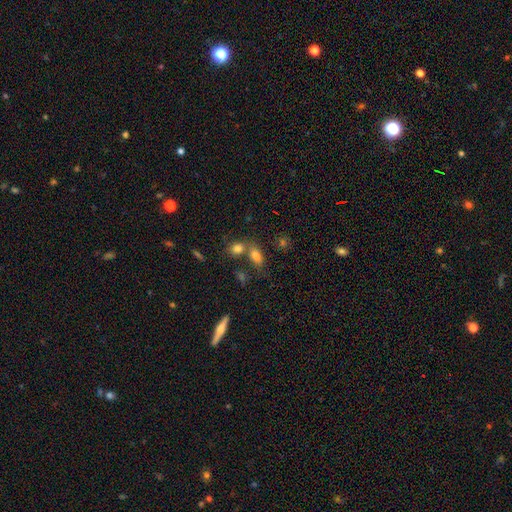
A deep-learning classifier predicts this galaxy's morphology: smooth_or_featured: smooth (p=0.79) [alt: star or artifact p=0.11]
how_rounded: in between (p=0.82) [alt: round p=0.13]
merging: none (p=0.53) [alt: merger p=0.31]